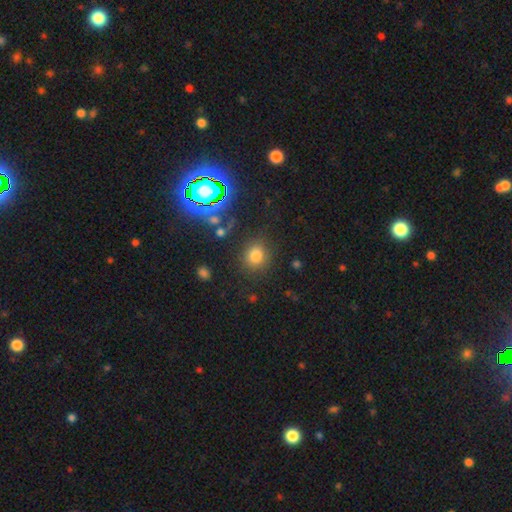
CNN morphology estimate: Smooth or featured? smooth (75%)
How rounded? round (76%)
Merging? none (81%)